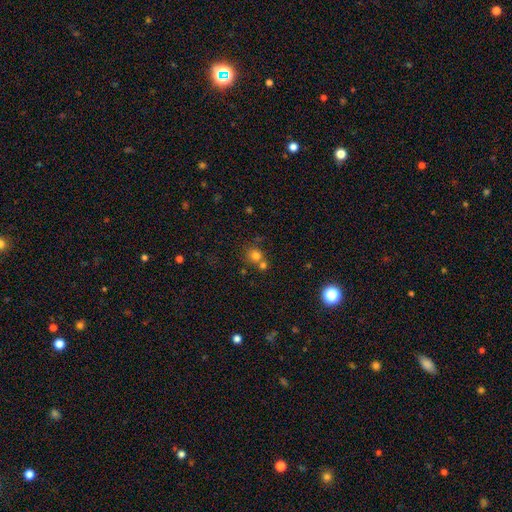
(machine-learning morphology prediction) smooth 75%, star or artifact 15%, featured or disk 9%. Down the decision tree: how rounded — round (82%); merging — none (49%).